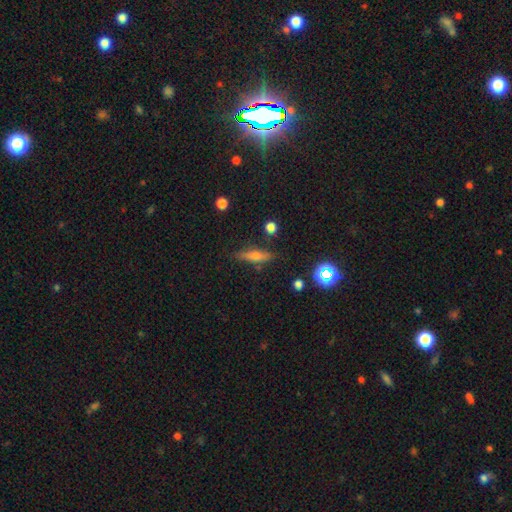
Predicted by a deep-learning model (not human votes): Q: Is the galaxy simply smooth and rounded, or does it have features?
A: featured or disk — 49%.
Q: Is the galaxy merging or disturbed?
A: none — 85%.